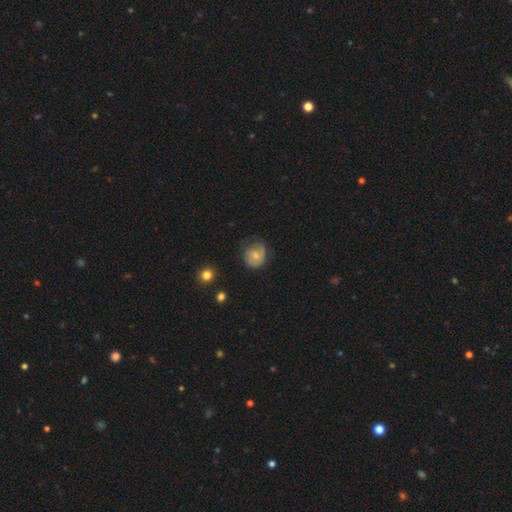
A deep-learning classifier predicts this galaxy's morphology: Overall: smooth (57%; featured or disk 35%). How rounded: round (74%). Merging: none (56%; minor disturbance 30%).